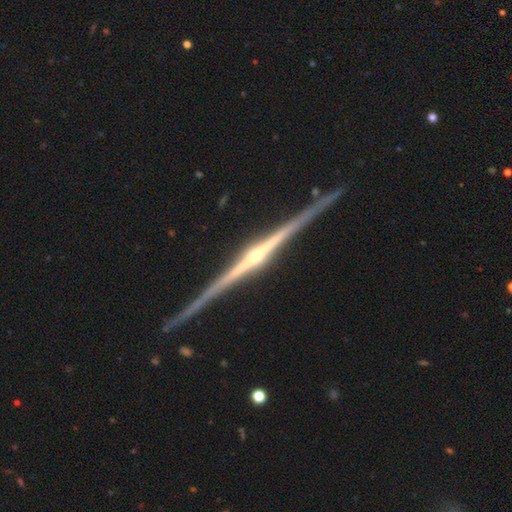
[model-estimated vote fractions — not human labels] featured or disk 92%, star or artifact 4%, smooth 4%. Down the decision tree: edge-on disk — yes (99%); edge-on bulge — rounded (82%); merging — none (89%).